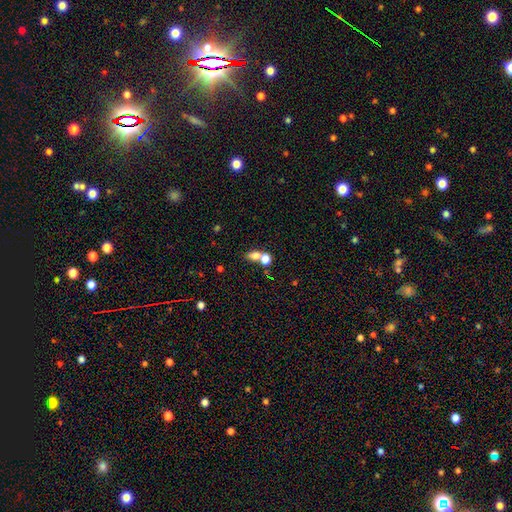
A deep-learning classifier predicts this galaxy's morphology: Overall: smooth (74%). How rounded: in between (67%; round 30%). Merging: merger (49%; none 38%).